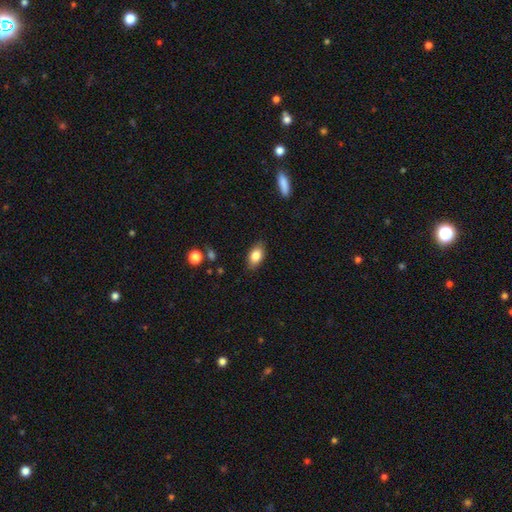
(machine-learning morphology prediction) Smooth or featured? smooth (83%)
How rounded? in between (89%)
Merging? none (84%)